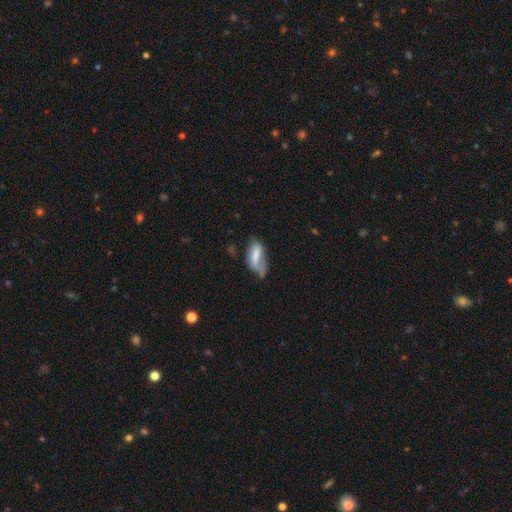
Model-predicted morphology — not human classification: Smooth or featured? Predicted: smooth (p=0.60). How rounded? Predicted: in between (p=0.85). Merging? Predicted: minor disturbance (p=0.34).